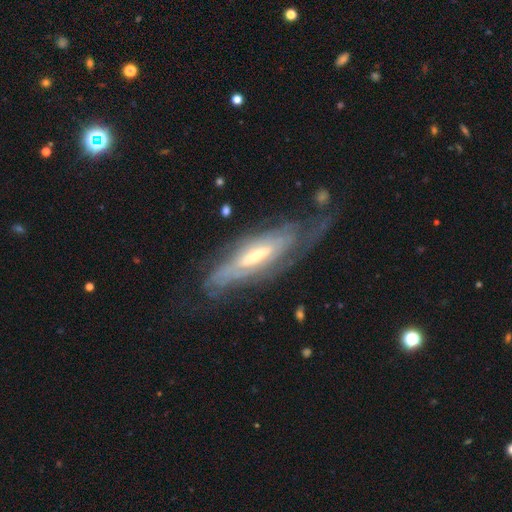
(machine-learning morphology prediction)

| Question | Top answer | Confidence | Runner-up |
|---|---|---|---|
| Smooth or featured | featured or disk | 78% | smooth (16%) |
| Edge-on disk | no | 61% | yes (39%) |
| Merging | none | 52% | minor disturbance (24%) |